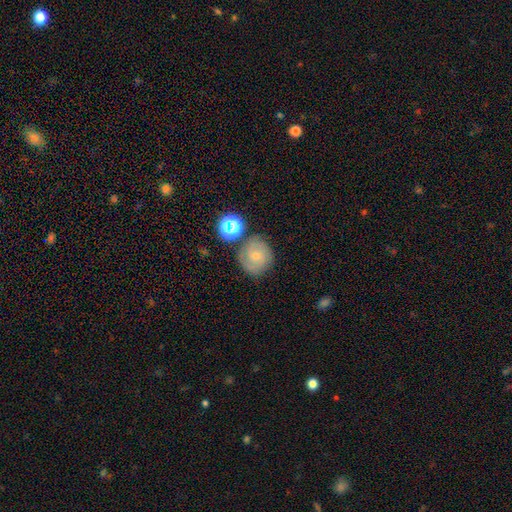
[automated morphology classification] Overall: featured or disk (52%; smooth 36%). Edge-on disk: no (97%). Bar: no (69%). Spiral arms: yes (88%). Bulge size: small (64%; moderate 27%). Merging: none (72%).